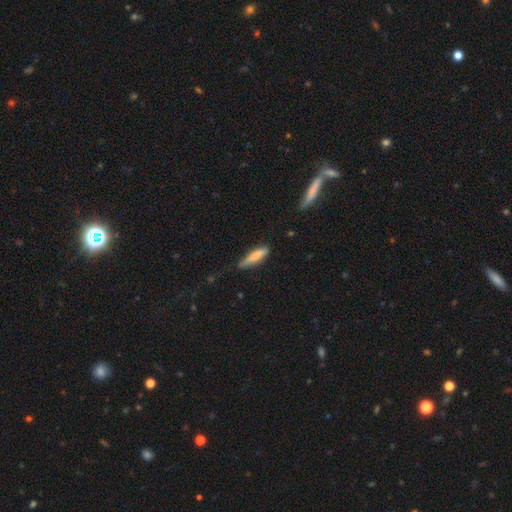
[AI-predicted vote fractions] A smooth galaxy with no disk features (80%) that is cigar-shaped (77%).

Vote fractions:
- Smooth or featured? smooth: 80% / featured or disk: 14% / star or artifact: 6%
- How rounded? cigar-shaped: 77% / in between: 22% / round: 1%
- Merging? none: 63% / minor disturbance: 29% / major disturbance: 6% / merger: 2%